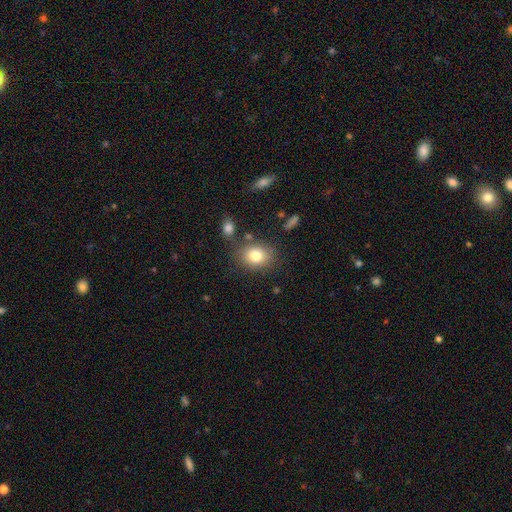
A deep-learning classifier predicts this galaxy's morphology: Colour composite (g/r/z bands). It shows a smooth galaxy with no disk features (80%) that is in between round and cigar-shaped (52%). Merging: none (76%).